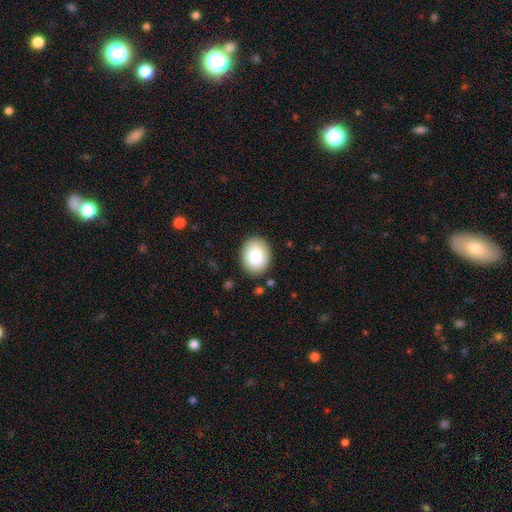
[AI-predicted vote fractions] Q: Smooth or featured?
A: smooth (87%); runner-up: star or artifact (7%)
Q: How rounded?
A: in between (61%); runner-up: round (38%)
Q: Merging?
A: none (87%); runner-up: minor disturbance (9%)